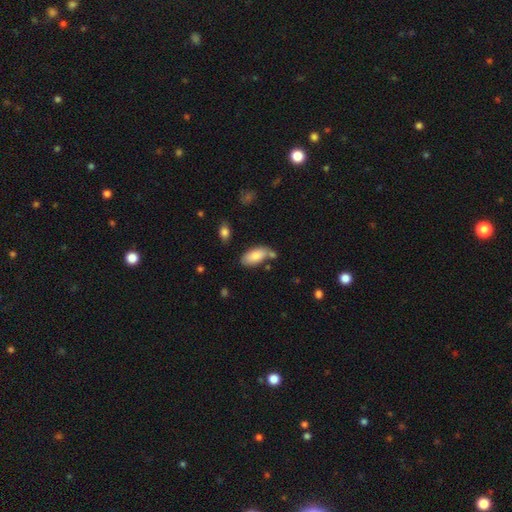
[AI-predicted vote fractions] Q: Smooth or featured?
A: smooth (83%); runner-up: featured or disk (10%)
Q: How rounded?
A: in between (91%); runner-up: cigar-shaped (7%)
Q: Merging?
A: none (64%); runner-up: minor disturbance (18%)